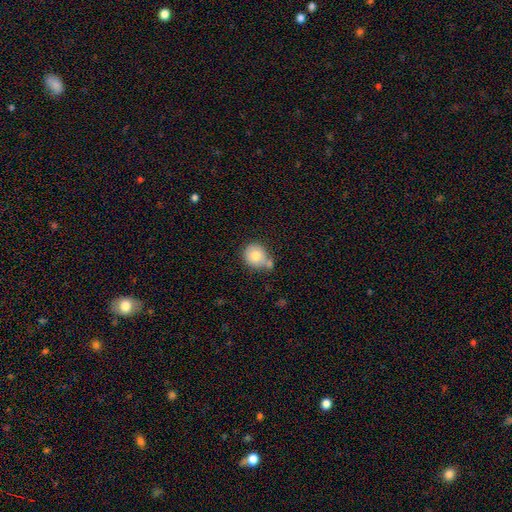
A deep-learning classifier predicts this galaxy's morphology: Overall: smooth (79%). How rounded: round (78%). Merging: none (51%; merger 27%).